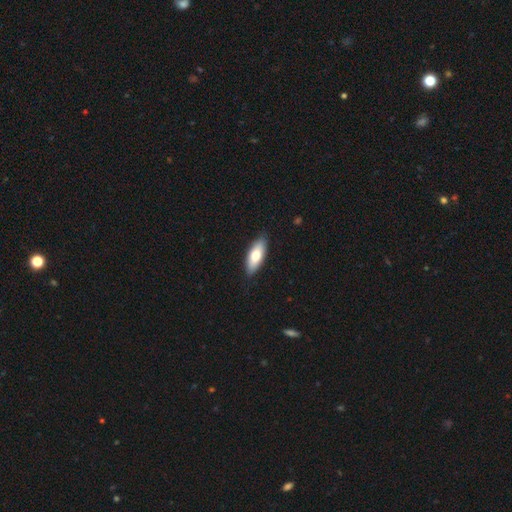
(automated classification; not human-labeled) Smooth or featured? smooth (71%)
How rounded? in between (76%)
Merging? none (88%)